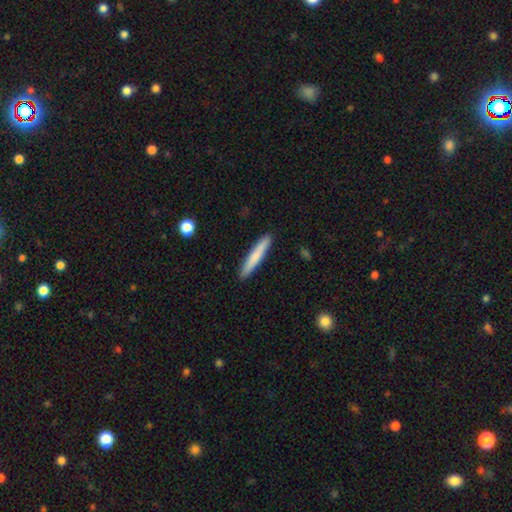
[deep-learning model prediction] Overall: smooth (75%). How rounded: cigar-shaped (95%). Merging: none (91%).